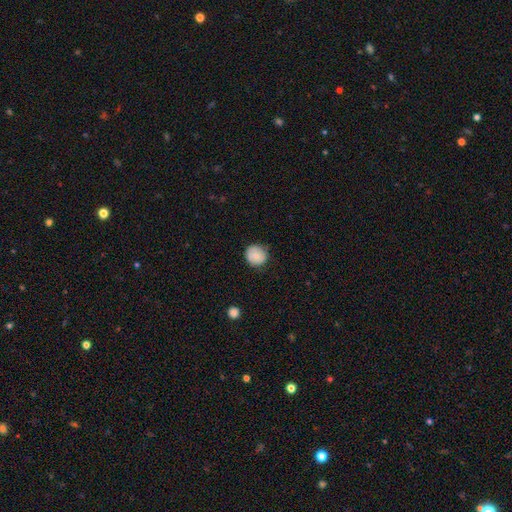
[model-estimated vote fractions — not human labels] A smooth galaxy with no disk features (75%) that is round (89%).

Vote fractions:
- Smooth or featured? smooth: 75% / featured or disk: 17% / star or artifact: 8%
- How rounded? round: 89% / in between: 10% / cigar-shaped: 1%
- Merging? none: 77% / minor disturbance: 18% / major disturbance: 3% / merger: 1%